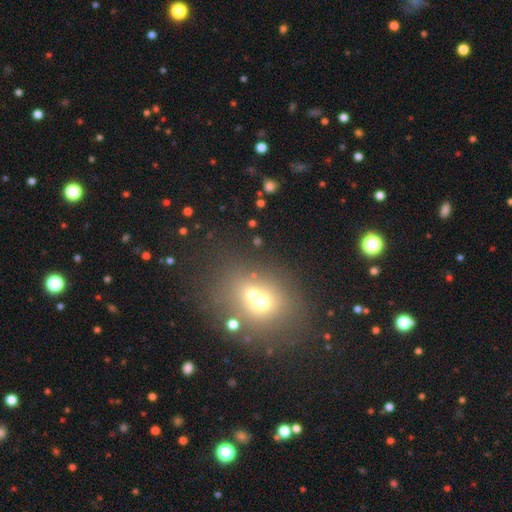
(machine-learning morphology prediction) Smooth or featured: smooth — 52% (star or artifact — 33%)
How rounded: in between — 64% (round — 33%)
Merging: none — 77% (minor disturbance — 11%)